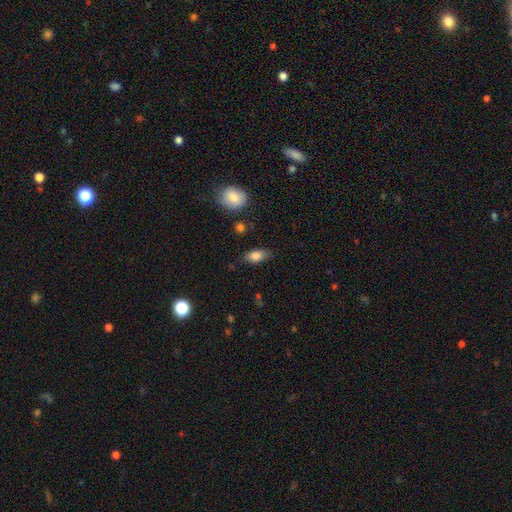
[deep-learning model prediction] smooth_or_featured: smooth (p=0.82) [alt: featured or disk p=0.11]
how_rounded: in between (p=0.87) [alt: cigar-shaped p=0.08]
merging: none (p=0.78) [alt: minor disturbance p=0.17]